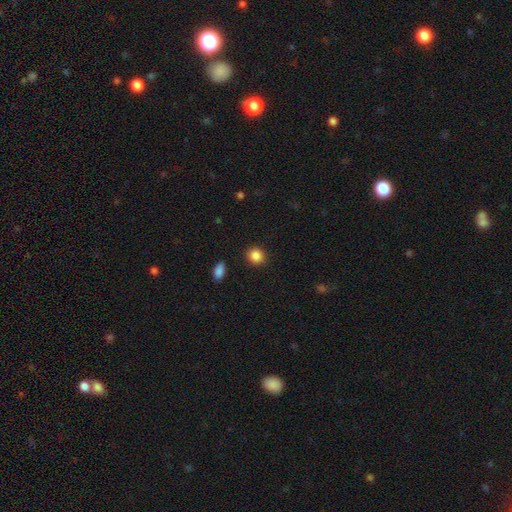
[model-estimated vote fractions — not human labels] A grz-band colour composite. It shows a smooth galaxy with no disk features (87%) that is round (83%). Merging: none (90%).